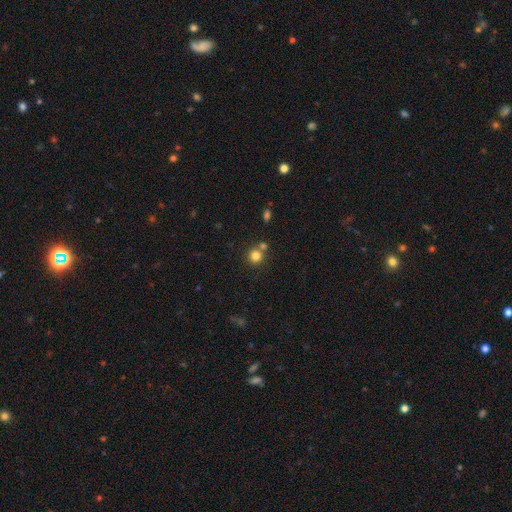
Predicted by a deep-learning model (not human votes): smooth-or-featured: smooth: 81% | star or artifact: 12% | featured or disk: 7%
  how-rounded: round: 92% | in between: 7% | cigar-shaped: 1%
  merging: none: 66% | merger: 24% | minor disturbance: 8% | major disturbance: 3%